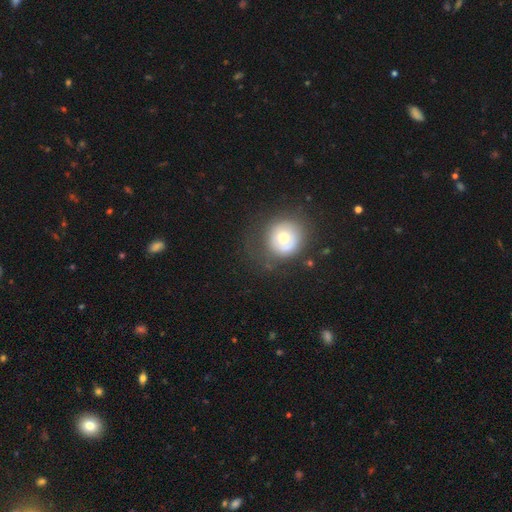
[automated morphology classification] type=smooth (59%); roundness=round (84%); merging=none (86%).